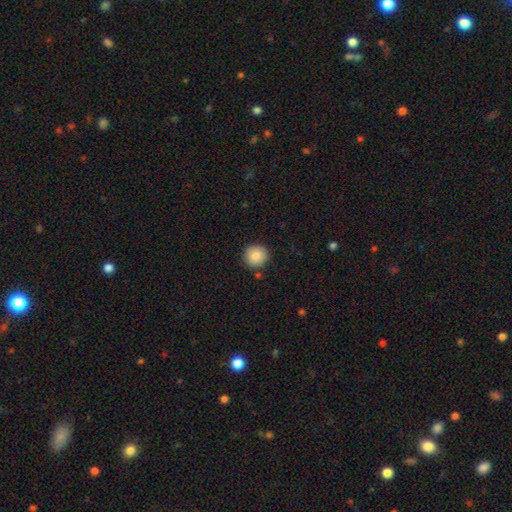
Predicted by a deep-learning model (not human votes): This appears to be a smooth galaxy with no disk features (86%) that is round (91%). Merging: none (87%).